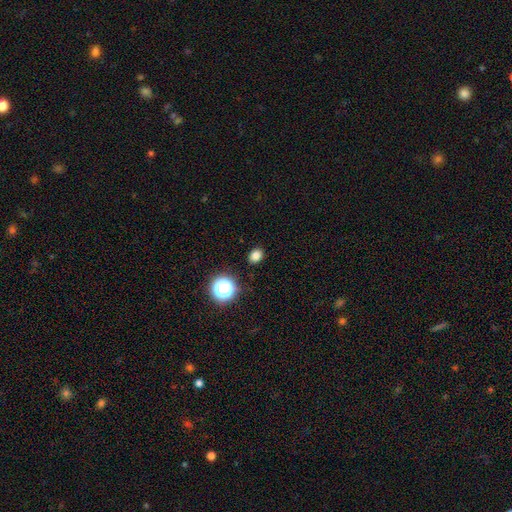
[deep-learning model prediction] A smooth galaxy with no disk features (80%) that is round (51%).

Vote fractions:
- Smooth or featured? smooth: 80% / star or artifact: 15% / featured or disk: 5%
- How rounded? round: 51% / in between: 48% / cigar-shaped: 1%
- Merging? none: 89% / minor disturbance: 7% / major disturbance: 2% / merger: 1%